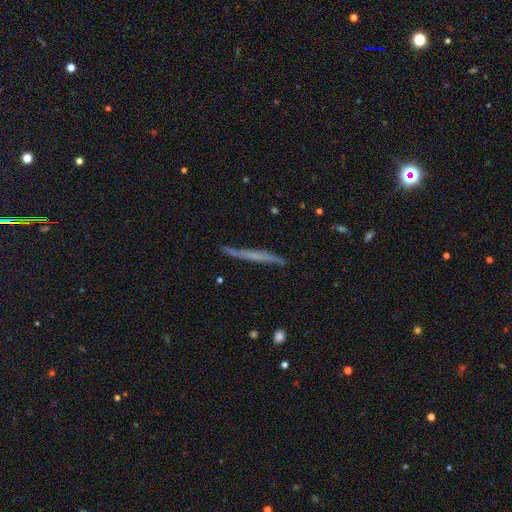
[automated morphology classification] Overall: featured or disk (56%; smooth 37%). Edge-on disk: yes (93%). Edge-on bulge: none (79%). Merging: none (80%).